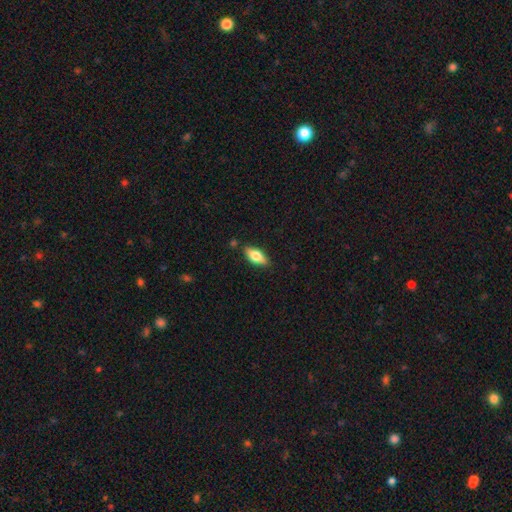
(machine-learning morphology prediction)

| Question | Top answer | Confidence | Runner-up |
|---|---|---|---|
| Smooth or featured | smooth | 65% | featured or disk (27%) |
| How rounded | in between | 80% | cigar-shaped (17%) |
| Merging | none | 83% | minor disturbance (13%) |